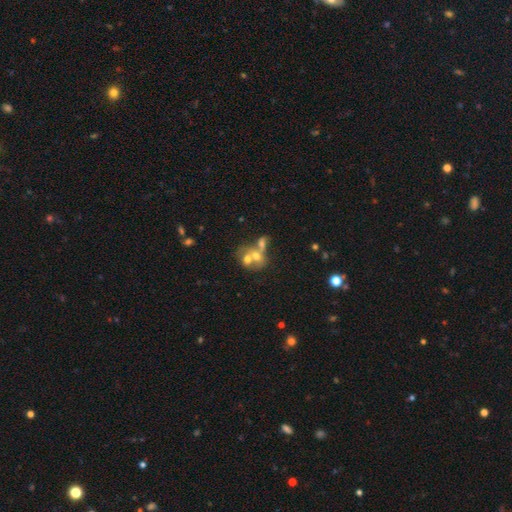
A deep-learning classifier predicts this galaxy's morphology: Smooth or featured? Predicted: smooth (p=0.48). Merging? Predicted: merger (p=0.65).